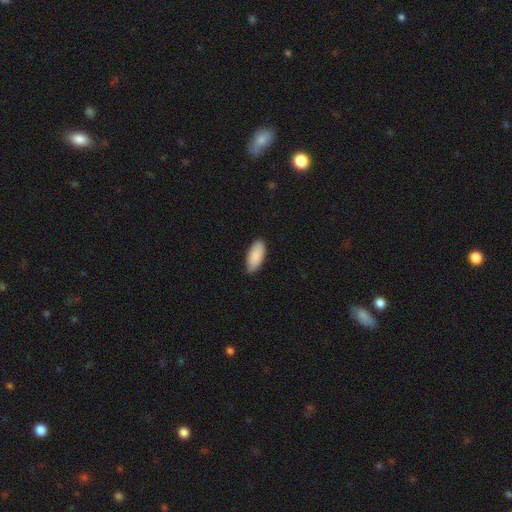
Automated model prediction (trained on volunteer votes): This is clearly a smooth galaxy (88%). How rounded: clearly in between (90%). Merging: likely none (76%).